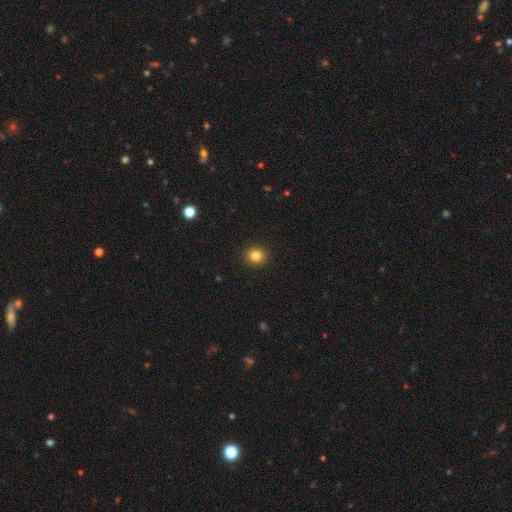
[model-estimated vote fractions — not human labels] This appears to be a smooth galaxy with no disk features (83%) that is round (89%). Merging: none (92%).